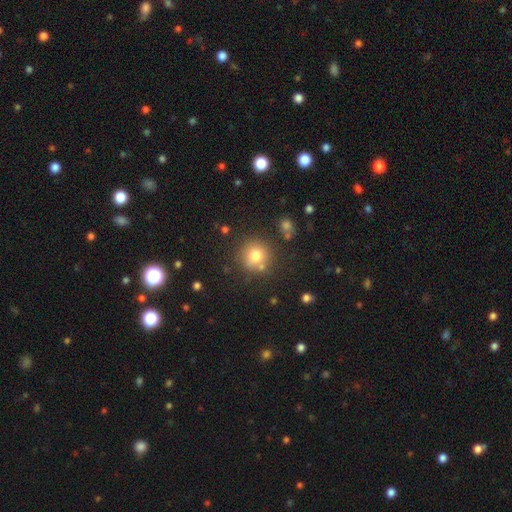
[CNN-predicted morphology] This is likely a smooth galaxy (76%). How rounded: clearly round (92%). Merging: likely none (76%).